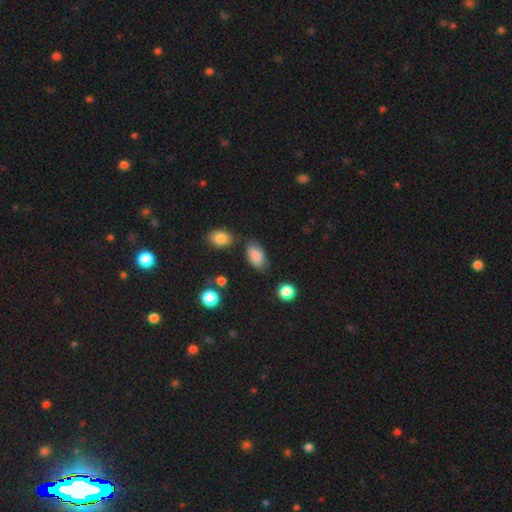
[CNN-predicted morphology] Smooth or featured? Predicted: smooth (p=0.85). How rounded? Predicted: in between (p=0.93). Merging? Predicted: none (p=0.70).